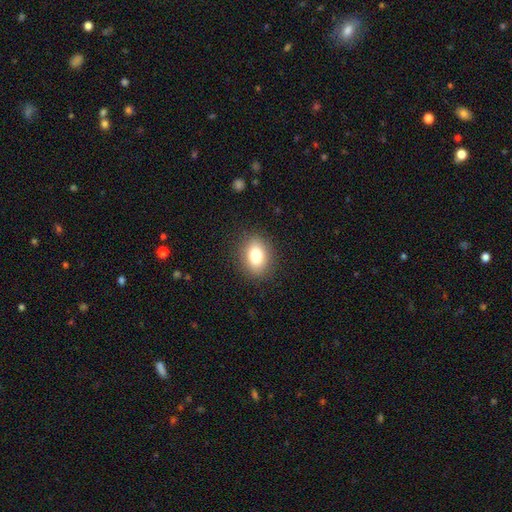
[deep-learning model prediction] This appears to be a smooth galaxy with no disk features (82%) that is in between round and cigar-shaped (74%). Merging: none (87%).